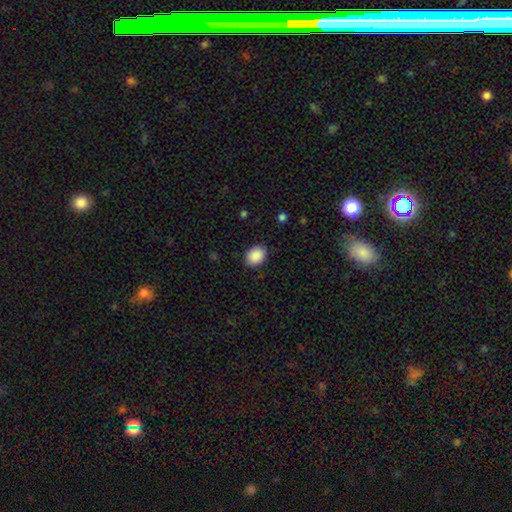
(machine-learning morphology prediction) Smooth or featured?
  - smooth: 90% *
  - star or artifact: 7%
  - featured or disk: 3%
How rounded?
  - in between: 61% *
  - round: 38%
  - cigar-shaped: 1%
Merging?
  - none: 87% *
  - minor disturbance: 9%
  - major disturbance: 2%
  - merger: 1%